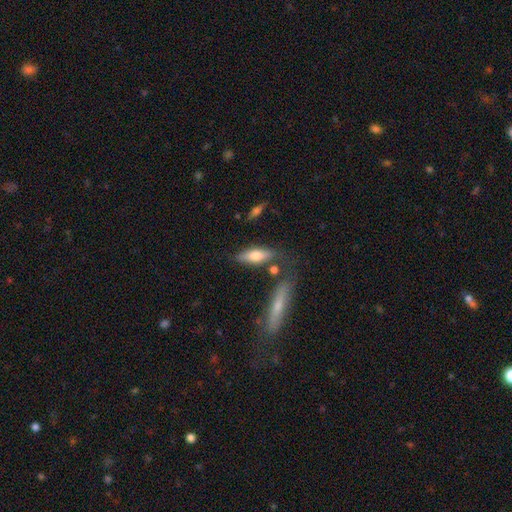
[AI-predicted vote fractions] Overall: smooth (63%; featured or disk 31%). How rounded: in between (51%; cigar-shaped 46%). Merging: none (68%).